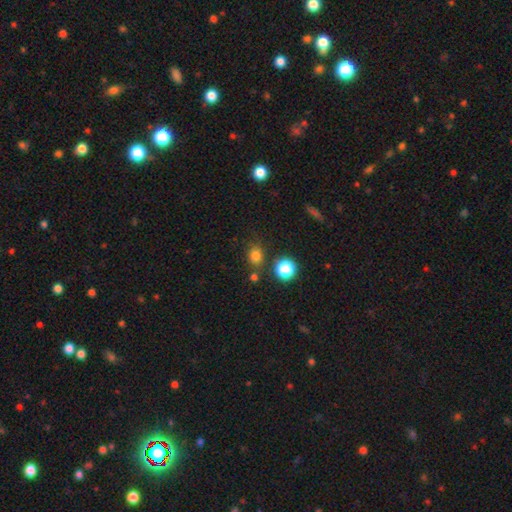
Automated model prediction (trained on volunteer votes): Overall: smooth (77%). How rounded: round (58%; in between 41%). Merging: none (76%).